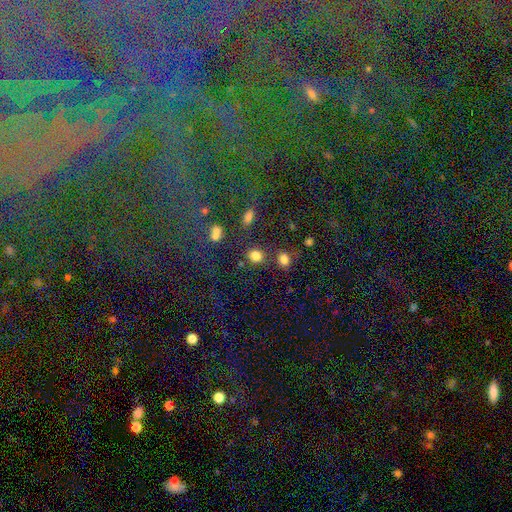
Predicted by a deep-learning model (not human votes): Smooth or featured? Predicted: smooth (p=0.81). How rounded? Predicted: round (p=0.77). Merging? Predicted: none (p=0.75).